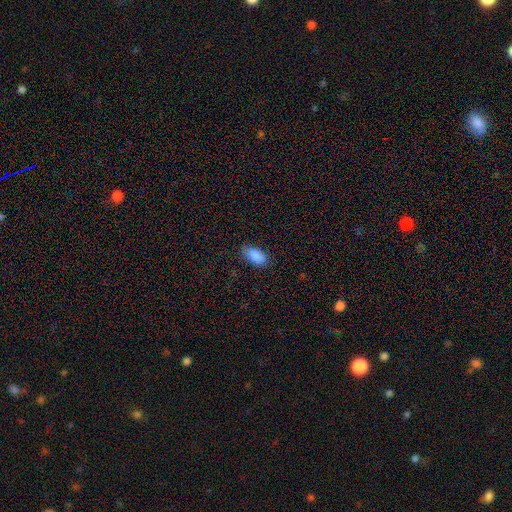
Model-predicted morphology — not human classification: Smooth or featured?
  - smooth: 88% *
  - star or artifact: 7%
  - featured or disk: 5%
How rounded?
  - in between: 93% *
  - round: 3%
  - cigar-shaped: 3%
Merging?
  - none: 77% *
  - minor disturbance: 18%
  - major disturbance: 4%
  - merger: 1%